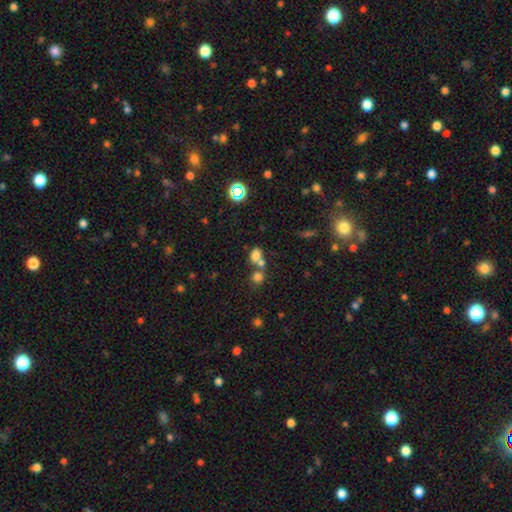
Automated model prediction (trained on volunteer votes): smooth_or_featured: smooth (p=0.71) [alt: star or artifact p=0.18]
how_rounded: in between (p=0.60) [alt: round p=0.38]
merging: merger (p=0.50) [alt: none p=0.37]